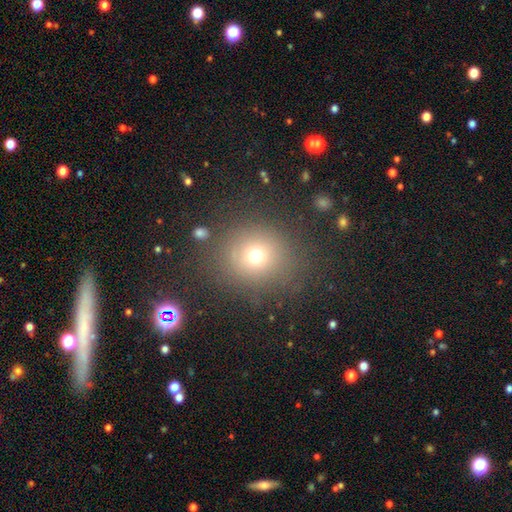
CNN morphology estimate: Smooth or featured? Predicted: smooth (p=0.69). How rounded? Predicted: round (p=0.85). Merging? Predicted: none (p=0.79).